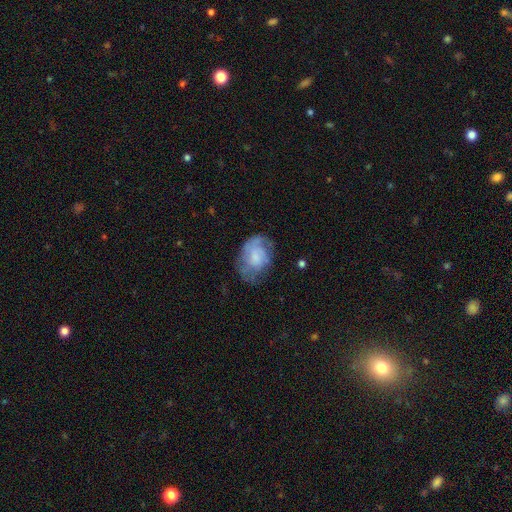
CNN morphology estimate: The model was most divided on "smooth or featured": featured or disk: 47%, smooth: 45%, star or artifact: 8%. More confident: merging — none (55%).